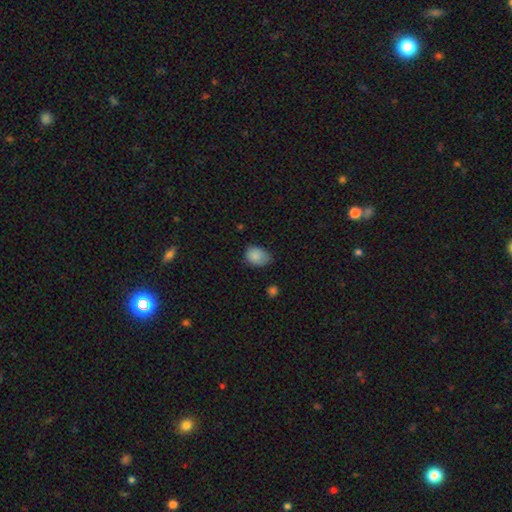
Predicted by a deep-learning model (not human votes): Overall: smooth (85%). How rounded: in between (69%; round 30%). Merging: none (53%; minor disturbance 38%).